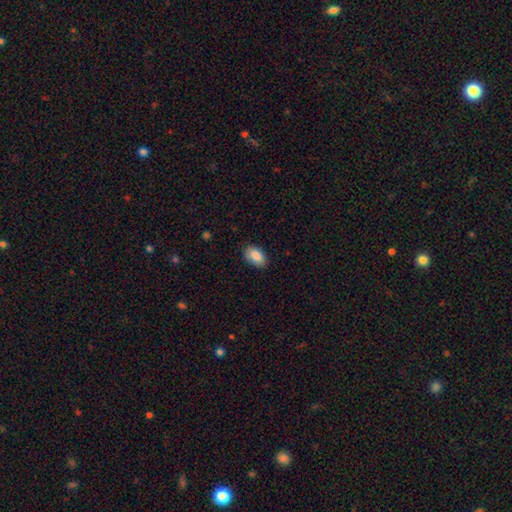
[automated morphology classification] The model was most divided on "merging": none: 84%, minor disturbance: 13%, major disturbance: 2%, merger: 1%. More confident: how rounded — in between (92%); smooth or featured — smooth (88%).